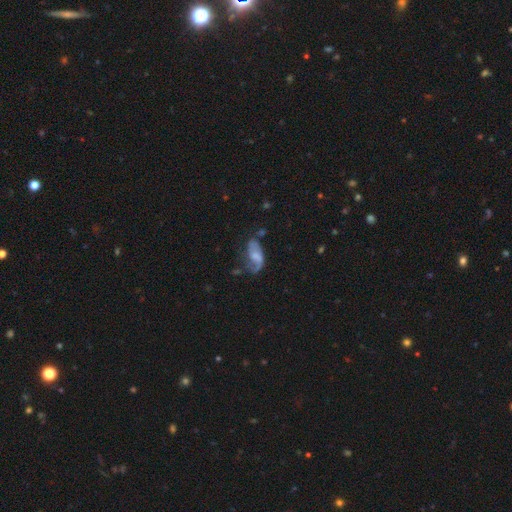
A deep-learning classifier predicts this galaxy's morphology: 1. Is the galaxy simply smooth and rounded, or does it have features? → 59% featured or disk, 33% smooth, 9% star or artifact.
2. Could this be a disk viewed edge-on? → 95% no, 5% yes.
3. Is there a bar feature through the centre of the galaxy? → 54% no, 37% weak, 9% strong.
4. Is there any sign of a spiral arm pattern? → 80% yes, 20% no.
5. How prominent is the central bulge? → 36% none, 30% small, 25% moderate, 8% large, 2% dominant.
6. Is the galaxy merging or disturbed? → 37% none, 30% major disturbance, 26% minor disturbance, 7% merger.